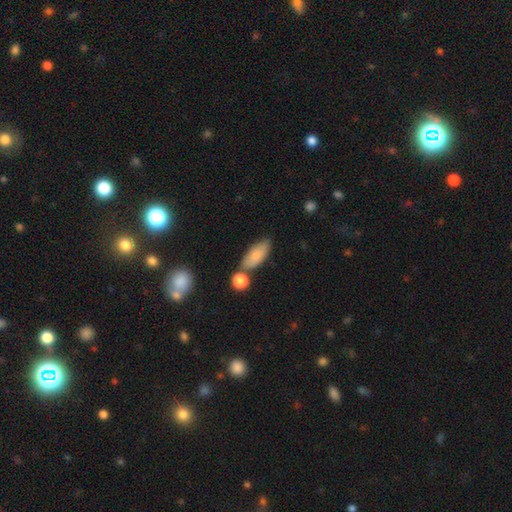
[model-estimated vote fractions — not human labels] Q: Smooth or featured?
A: smooth (81%); runner-up: featured or disk (12%)
Q: How rounded?
A: in between (79%); runner-up: cigar-shaped (18%)
Q: Merging?
A: none (61%); runner-up: minor disturbance (18%)